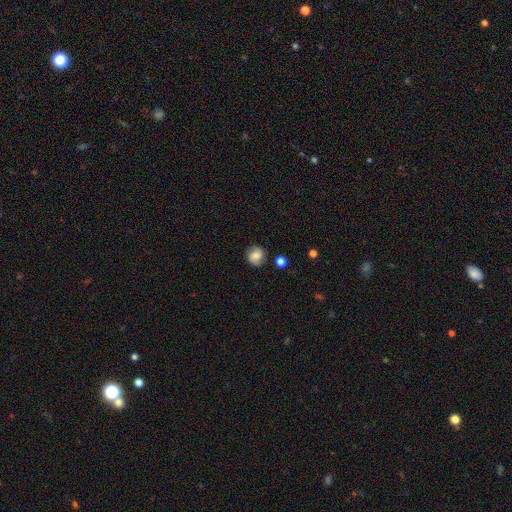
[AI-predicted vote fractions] The model was most divided on "smooth or featured": smooth: 66%, featured or disk: 23%, star or artifact: 10%. More confident: how rounded — round (86%); merging — none (83%).